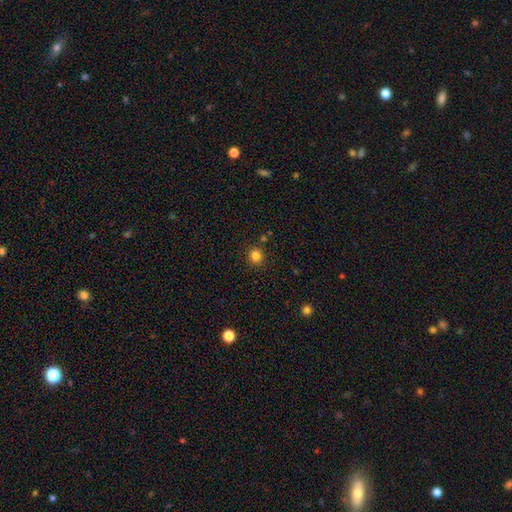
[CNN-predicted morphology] smooth_or_featured: smooth (p=0.82) [alt: star or artifact p=0.13]
how_rounded: round (p=0.89) [alt: in between p=0.10]
merging: none (p=0.88) [alt: minor disturbance p=0.07]